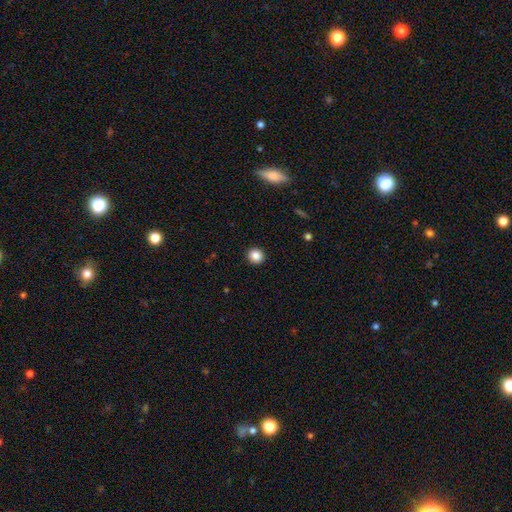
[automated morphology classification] type=smooth (86%); roundness=round (87%); merging=none (92%).